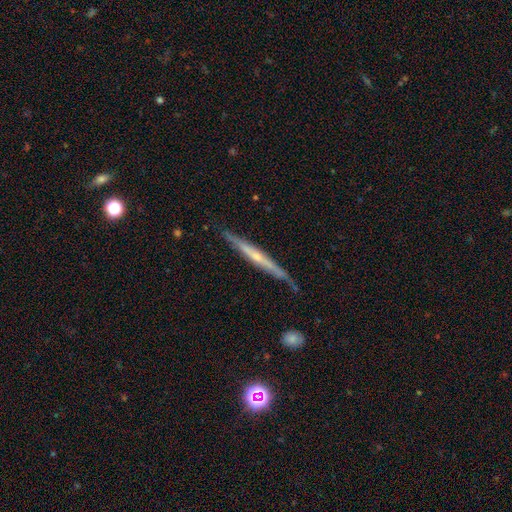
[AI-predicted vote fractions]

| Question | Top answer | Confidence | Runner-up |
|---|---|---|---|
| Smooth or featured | featured or disk | 70% | smooth (25%) |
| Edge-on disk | yes | 96% | no (4%) |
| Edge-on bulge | rounded | 48% | none (46%) |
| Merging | none | 81% | minor disturbance (15%) |